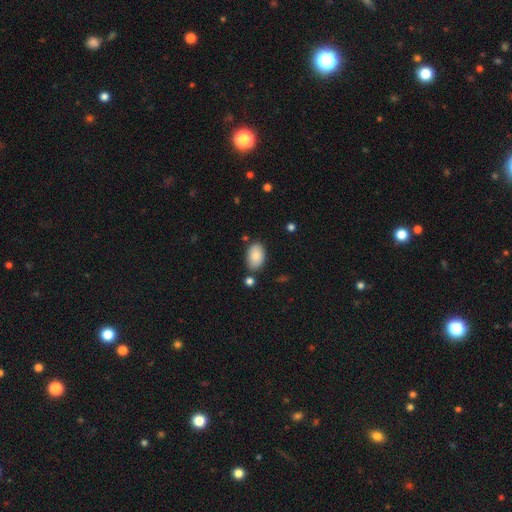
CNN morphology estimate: Overall: smooth (83%). How rounded: in between (92%). Merging: none (77%).